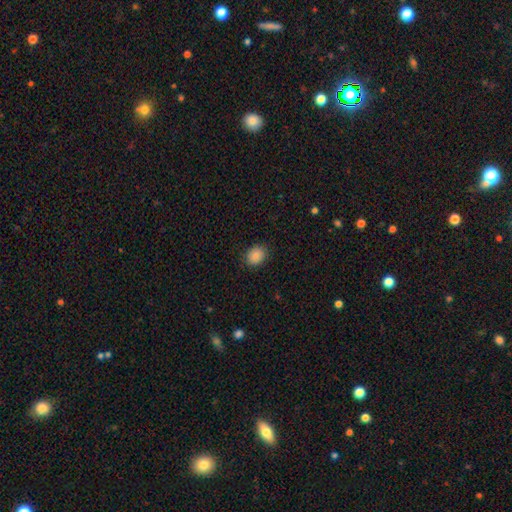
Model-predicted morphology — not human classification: Smooth or featured? smooth (85%)
How rounded? round (55%)
Merging? none (87%)